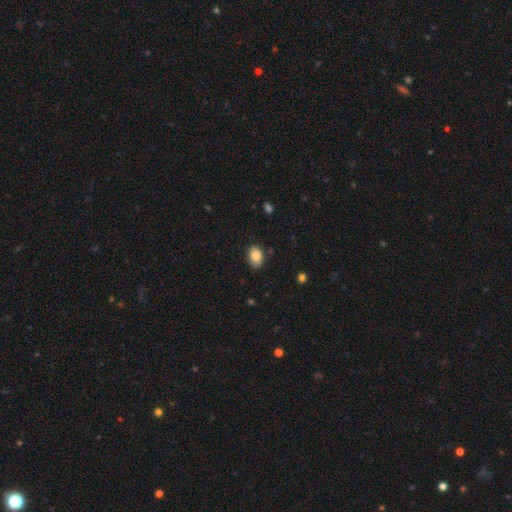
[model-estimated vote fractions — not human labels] Morphology: type=smooth (85%); roundness=in between (86%); merging=none (83%).